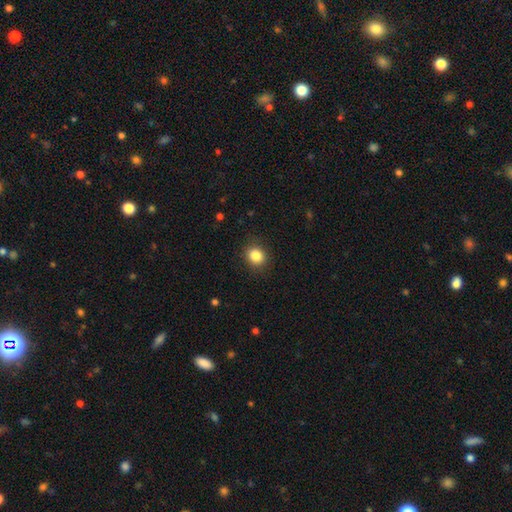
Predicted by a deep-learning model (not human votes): A smooth galaxy with no disk features (85%) that is round (74%).

Vote fractions:
- Smooth or featured? smooth: 85% / star or artifact: 10% / featured or disk: 4%
- How rounded? round: 74% / in between: 26% / cigar-shaped: 1%
- Merging? none: 88% / minor disturbance: 9% / major disturbance: 3% / merger: 1%